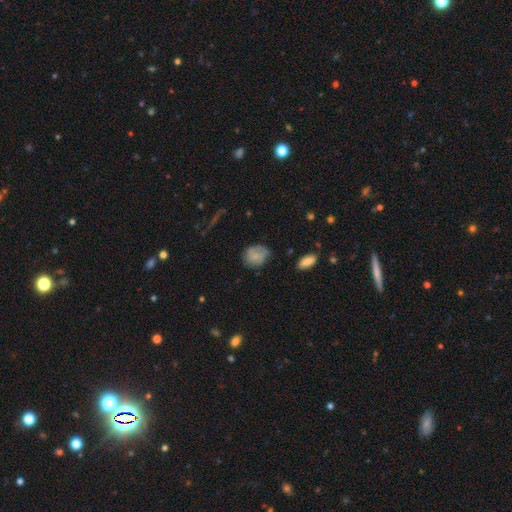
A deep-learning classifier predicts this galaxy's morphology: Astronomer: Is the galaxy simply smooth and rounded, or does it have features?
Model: smooth — 70%.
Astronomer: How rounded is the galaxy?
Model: round — 59% (runner-up: in between, 39%).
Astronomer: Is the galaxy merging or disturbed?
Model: none — 58%.